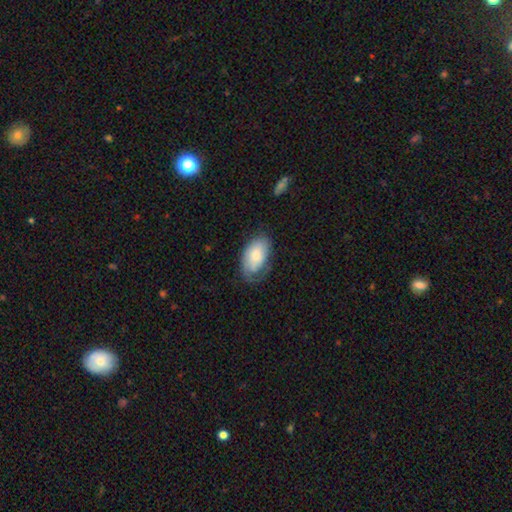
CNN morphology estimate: Smooth or featured? Predicted: smooth (p=0.69). How rounded? Predicted: in between (p=0.93). Merging? Predicted: none (p=0.56).